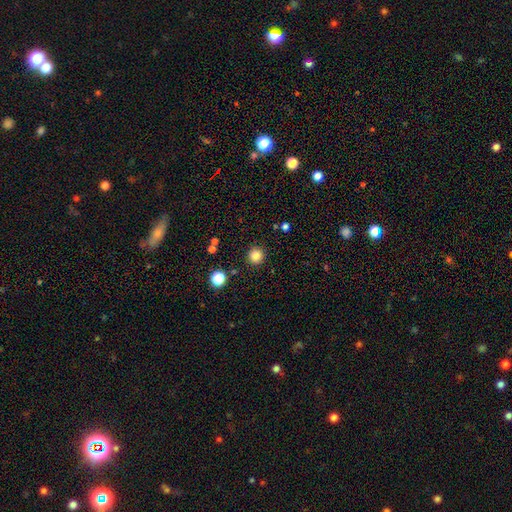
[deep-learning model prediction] This appears to be a smooth galaxy with no disk features (82%) that is round (95%). Merging: none (92%).